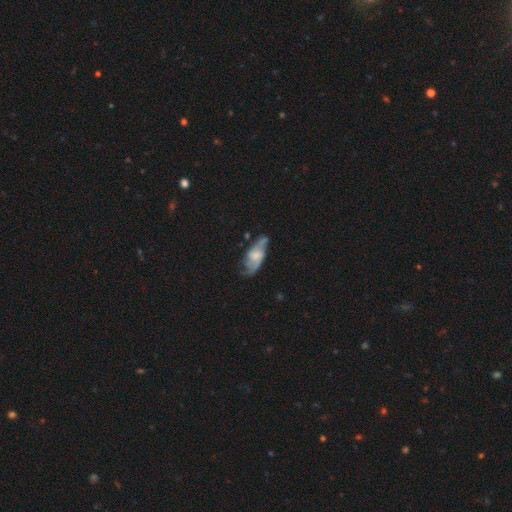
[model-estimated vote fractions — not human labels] Q: Smooth or featured?
A: featured or disk (75%); runner-up: smooth (19%)
Q: Edge-on disk?
A: no (92%); runner-up: yes (8%)
Q: Bar?
A: no (49%); runner-up: weak (41%)
Q: Spiral arms?
A: yes (92%); runner-up: no (8%)
Q: Spiral winding?
A: medium (46%); runner-up: loose (36%)
Q: Spiral arm count?
A: 2 (74%); runner-up: can't tell (11%)
Q: Bulge size?
A: small (37%); runner-up: moderate (35%)
Q: Merging?
A: none (62%); runner-up: minor disturbance (23%)